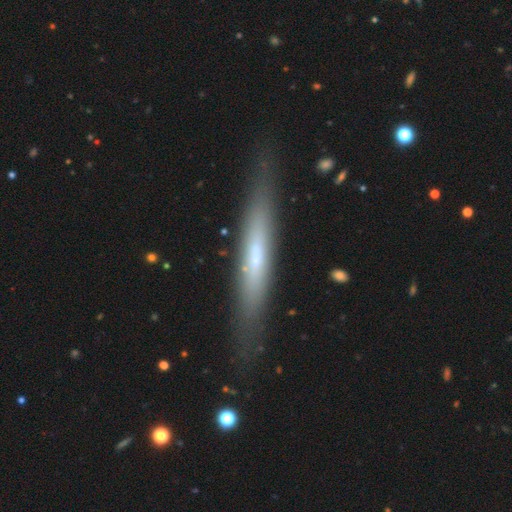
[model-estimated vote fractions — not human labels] A featured or disk galaxy (51%) viewed edge-on (84%). Merging: none (85%).